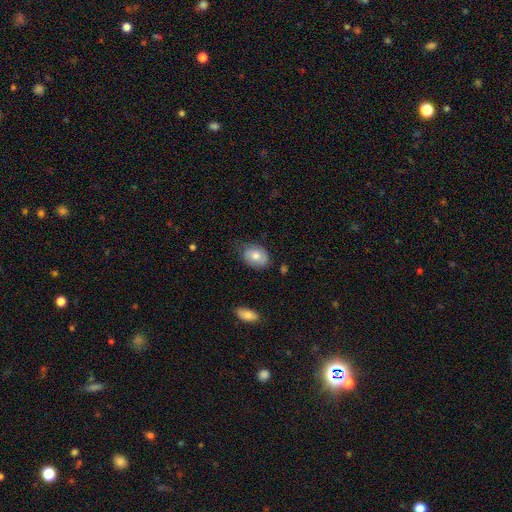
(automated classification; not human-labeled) Smooth or featured? smooth (72%)
How rounded? in between (75%)
Merging? none (70%)